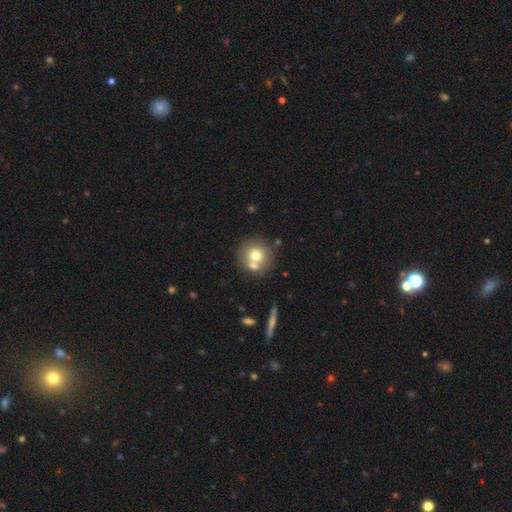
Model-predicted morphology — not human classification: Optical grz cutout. It shows a smooth galaxy with no disk features (69%) that is round (90%). Merging: none (58%).